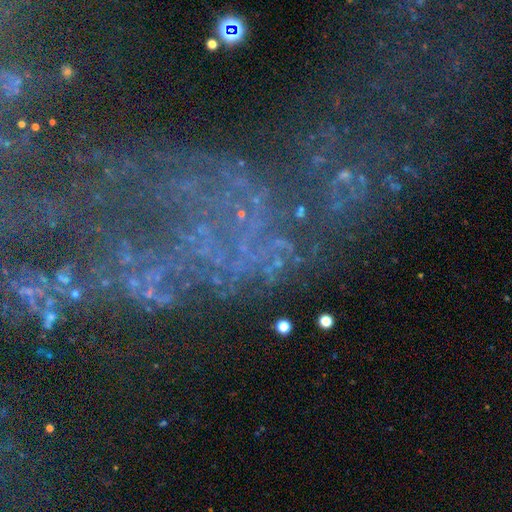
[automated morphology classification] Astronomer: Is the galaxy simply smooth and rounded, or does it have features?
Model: featured or disk — 46% (runner-up: star or artifact, 40%).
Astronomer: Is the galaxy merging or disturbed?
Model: none — 40% (runner-up: major disturbance, 36%).